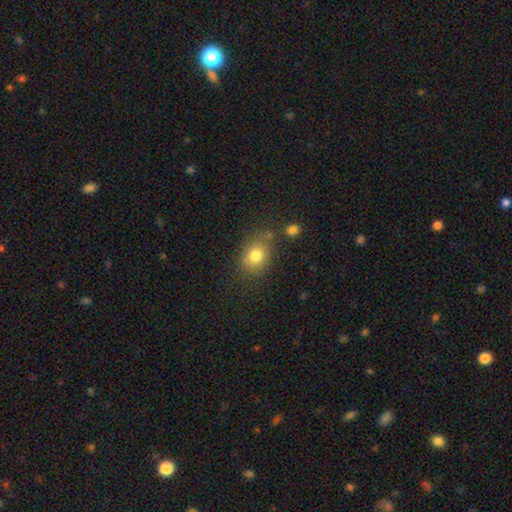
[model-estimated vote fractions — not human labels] smooth-or-featured: smooth: 79% | featured or disk: 11% | star or artifact: 11%
  how-rounded: in between: 57% | round: 42% | cigar-shaped: 1%
  merging: none: 69% | minor disturbance: 19% | merger: 6% | major disturbance: 6%